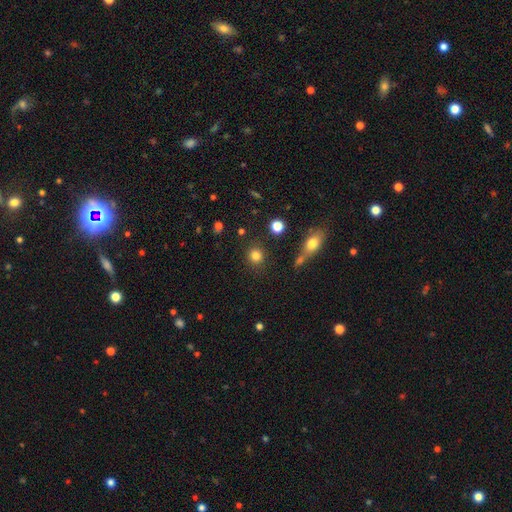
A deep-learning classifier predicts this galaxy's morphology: Smooth or featured? smooth (82%)
How rounded? round (86%)
Merging? none (83%)